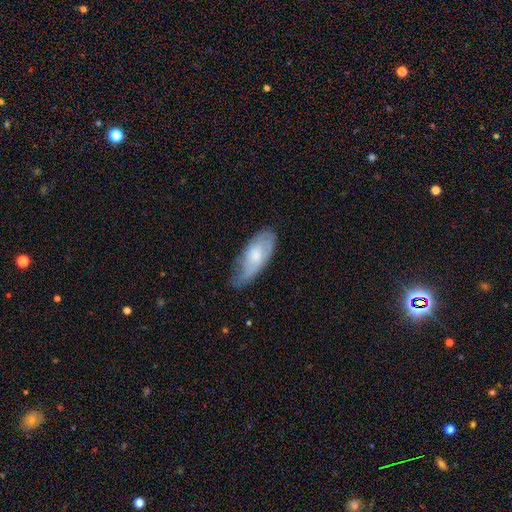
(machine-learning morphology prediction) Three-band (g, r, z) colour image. It shows a smooth galaxy with no disk features (56%) that is in between round and cigar-shaped (83%). Merging: none (48%).